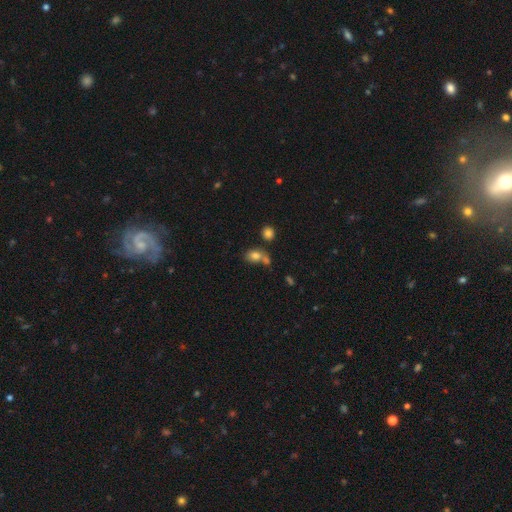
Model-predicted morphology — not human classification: smooth 79%, star or artifact 12%, featured or disk 9%. Down the decision tree: how rounded — in between (62%); merging — none (48%).